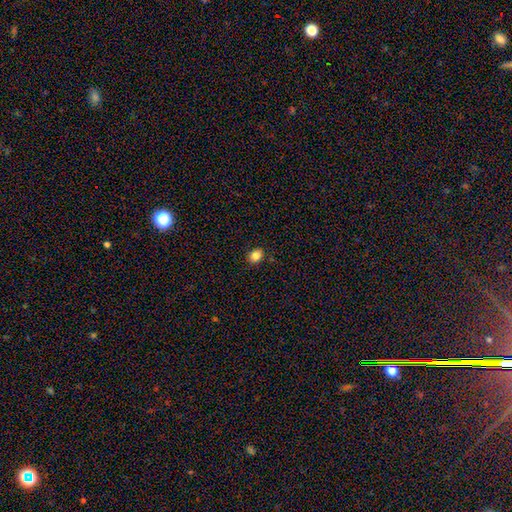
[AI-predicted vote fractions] This appears to be a smooth galaxy with no disk features (84%) that is round (59%). Merging: none (88%).